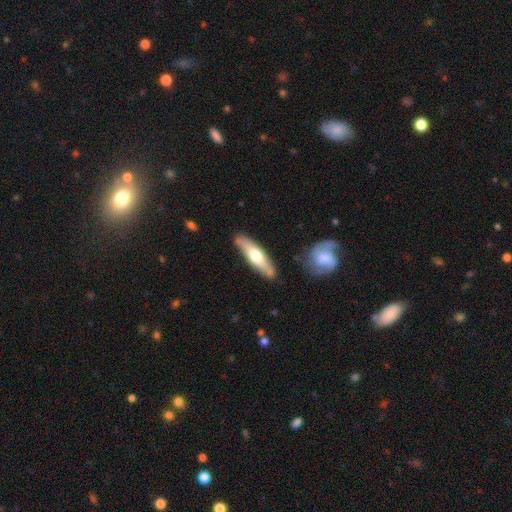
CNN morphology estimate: Smooth or featured? smooth (52%)
How rounded? cigar-shaped (71%)
Merging? none (82%)